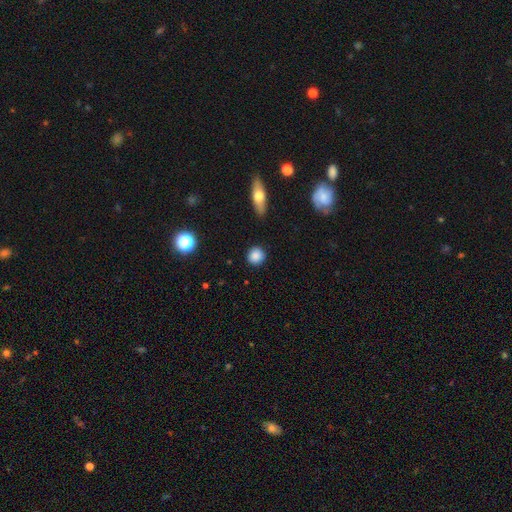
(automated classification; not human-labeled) Morphology: type=smooth (86%); roundness=round (87%); merging=none (88%).